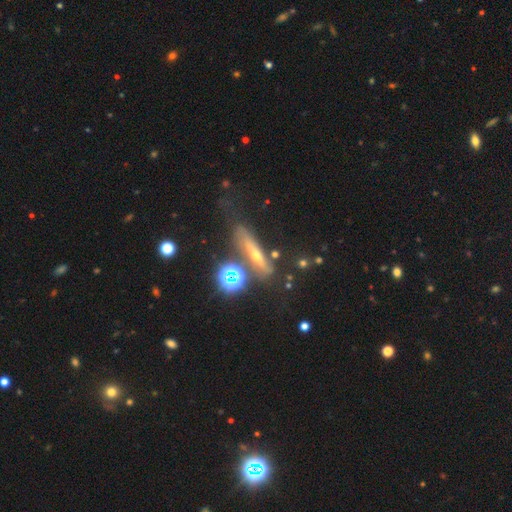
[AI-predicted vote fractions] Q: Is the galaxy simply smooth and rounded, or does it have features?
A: featured or disk — 49%.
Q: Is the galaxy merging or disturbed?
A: none — 57%.